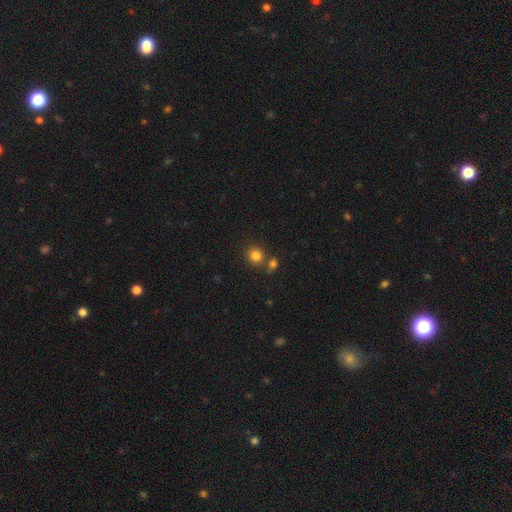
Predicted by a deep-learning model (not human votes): Smooth or featured? Predicted: smooth (p=0.82). How rounded? Predicted: round (p=0.85). Merging? Predicted: none (p=0.66).